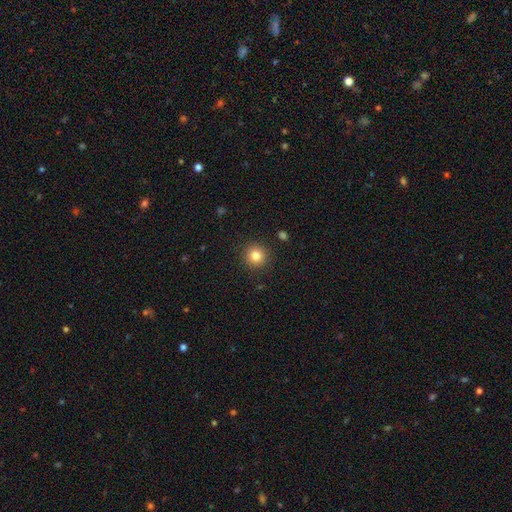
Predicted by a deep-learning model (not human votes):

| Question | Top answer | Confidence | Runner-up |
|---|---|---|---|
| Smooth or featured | smooth | 83% | star or artifact (11%) |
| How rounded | round | 94% | in between (5%) |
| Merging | none | 91% | minor disturbance (6%) |